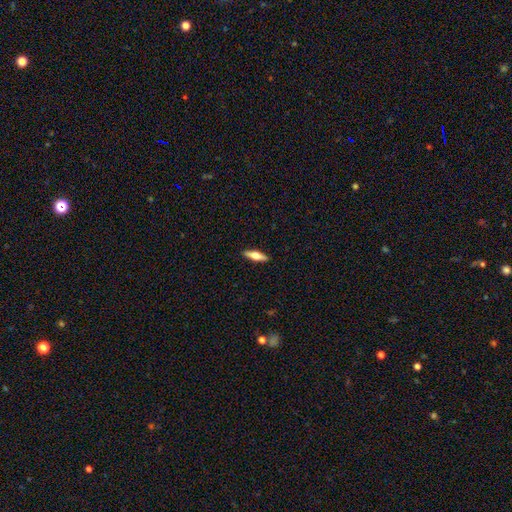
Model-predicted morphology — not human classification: Overall: smooth (48%; featured or disk 46%). Merging: none (91%).